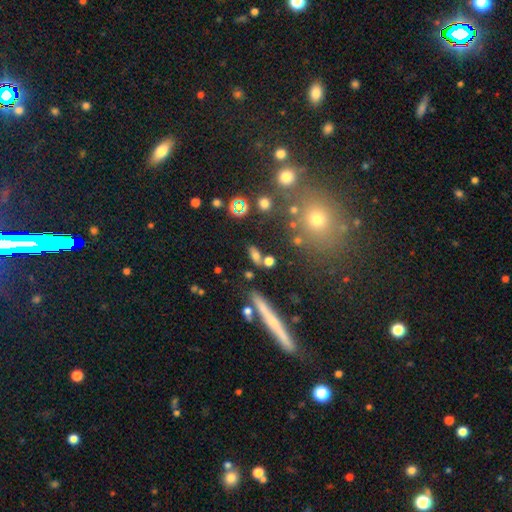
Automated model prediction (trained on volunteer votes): smooth-or-featured: smooth: 68% | featured or disk: 17% | star or artifact: 15%
  how-rounded: in between: 67% | cigar-shaped: 21% | round: 11%
  merging: none: 69% | merger: 13% | minor disturbance: 13% | major disturbance: 5%